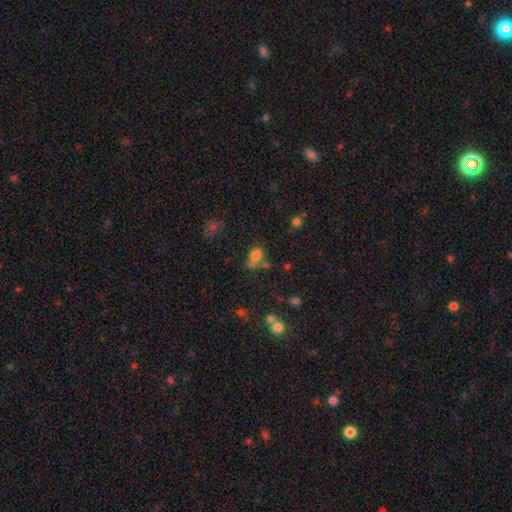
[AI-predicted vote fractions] Smooth or featured?
  - smooth: 75% *
  - star or artifact: 13%
  - featured or disk: 12%
How rounded?
  - in between: 75% *
  - round: 23%
  - cigar-shaped: 2%
Merging?
  - none: 42% *
  - merger: 25%
  - minor disturbance: 22%
  - major disturbance: 11%